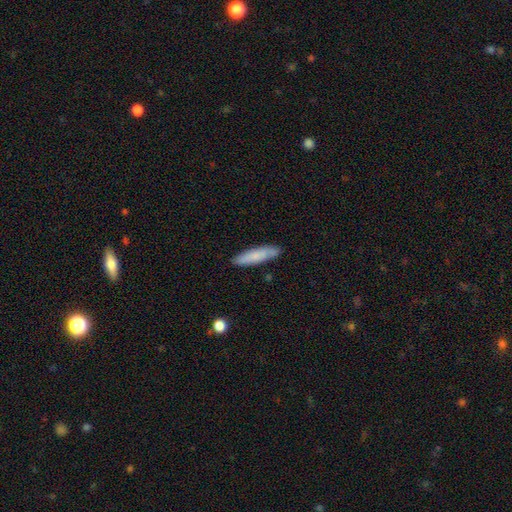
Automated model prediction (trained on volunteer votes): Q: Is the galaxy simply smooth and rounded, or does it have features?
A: smooth — 78%.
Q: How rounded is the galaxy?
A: cigar-shaped — 77%.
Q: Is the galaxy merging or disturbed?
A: none — 84%.